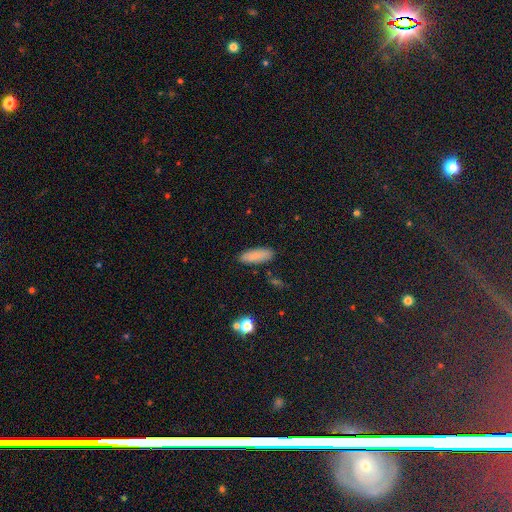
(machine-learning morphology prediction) A smooth galaxy with no disk features (85%) that is in between round and cigar-shaped (63%).

Vote fractions:
- Smooth or featured? smooth: 85% / star or artifact: 8% / featured or disk: 7%
- How rounded? in between: 63% / cigar-shaped: 35% / round: 2%
- Merging? none: 88% / minor disturbance: 9% / major disturbance: 2% / merger: 2%